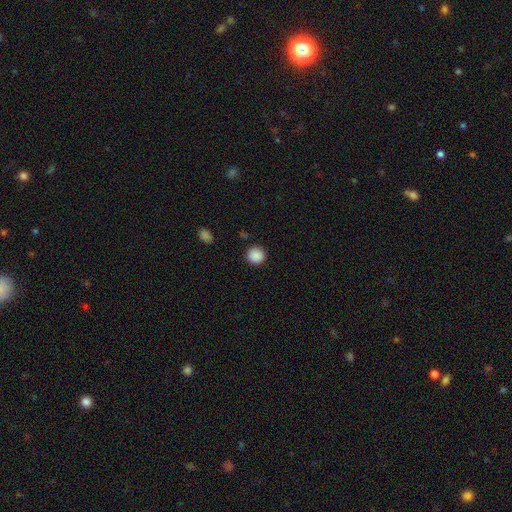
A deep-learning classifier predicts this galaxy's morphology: This is clearly a smooth galaxy (89%). How rounded: clearly round (94%). Merging: clearly none (91%).